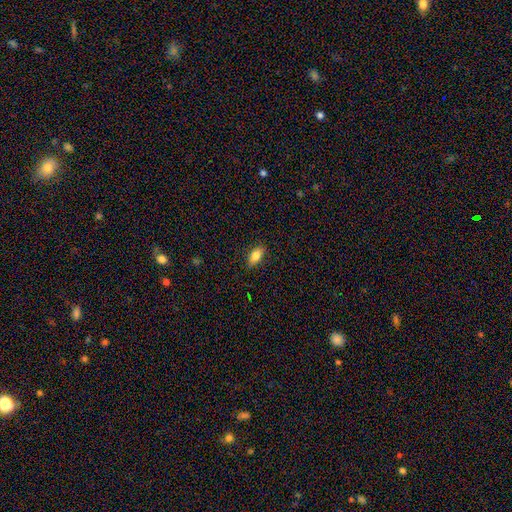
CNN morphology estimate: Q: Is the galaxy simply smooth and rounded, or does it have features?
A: smooth — 77%.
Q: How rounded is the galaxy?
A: in between — 84%.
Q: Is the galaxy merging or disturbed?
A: none — 85%.